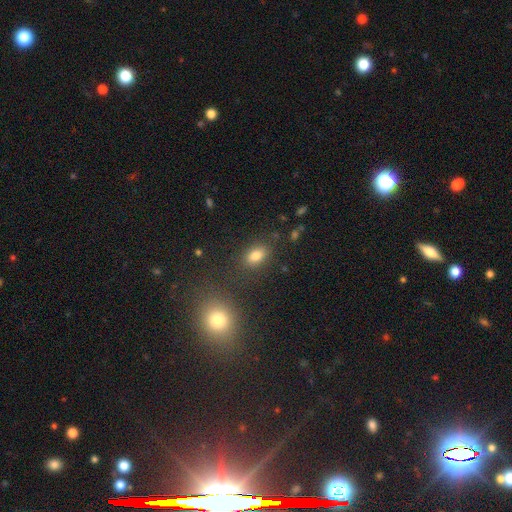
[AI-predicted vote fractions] Smooth or featured: smooth — 82% (star or artifact — 11%)
How rounded: in between — 81% (round — 17%)
Merging: none — 81% (minor disturbance — 11%)